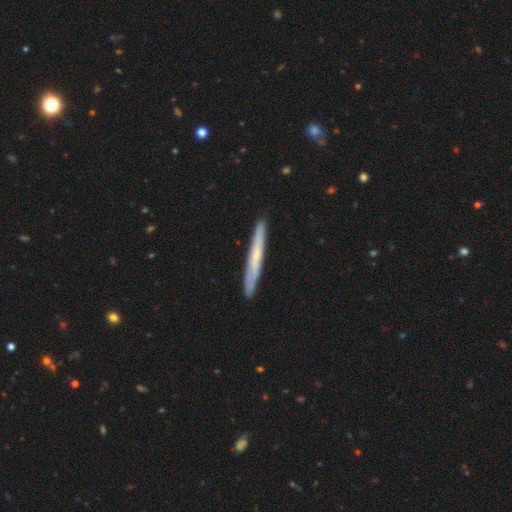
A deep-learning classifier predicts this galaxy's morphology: Smooth or featured?
  - smooth: 51% *
  - featured or disk: 43%
  - star or artifact: 6%
How rounded?
  - cigar-shaped: 97% *
  - in between: 2%
  - round: 1%
Merging?
  - none: 90% *
  - minor disturbance: 7%
  - major disturbance: 1%
  - merger: 1%